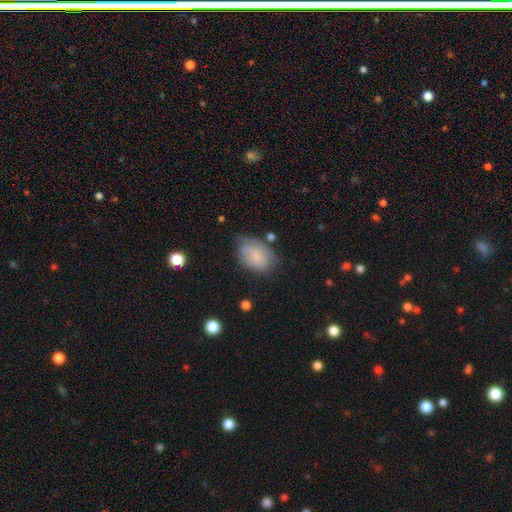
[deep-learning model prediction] smooth-or-featured: smooth: 66% | featured or disk: 26% | star or artifact: 8%
  how-rounded: in between: 86% | round: 13% | cigar-shaped: 1%
  merging: none: 54% | minor disturbance: 32% | major disturbance: 11% | merger: 4%